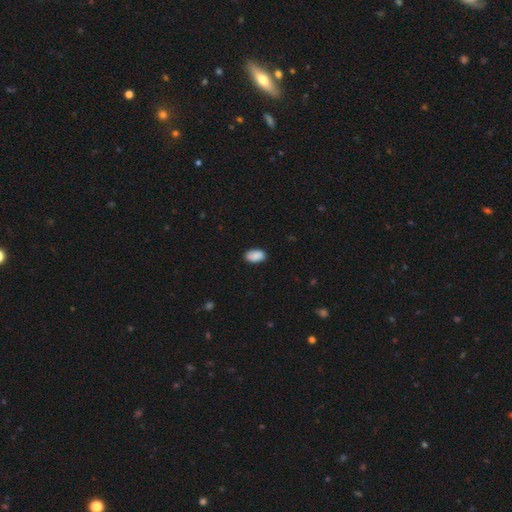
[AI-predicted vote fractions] This is clearly a smooth galaxy (89%). How rounded: clearly in between (93%). Merging: clearly none (84%).